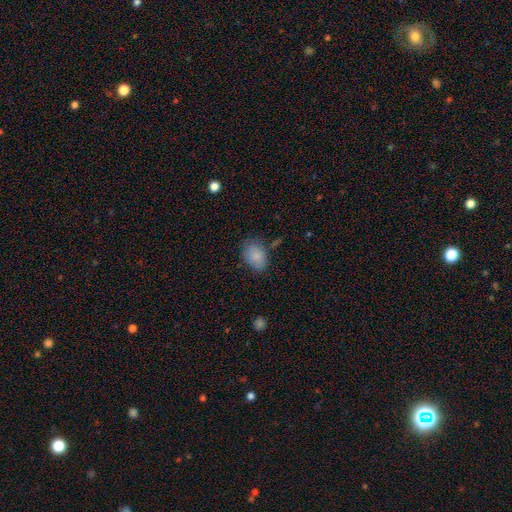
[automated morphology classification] Overall: smooth (86%). How rounded: in between (77%). Merging: none (73%).